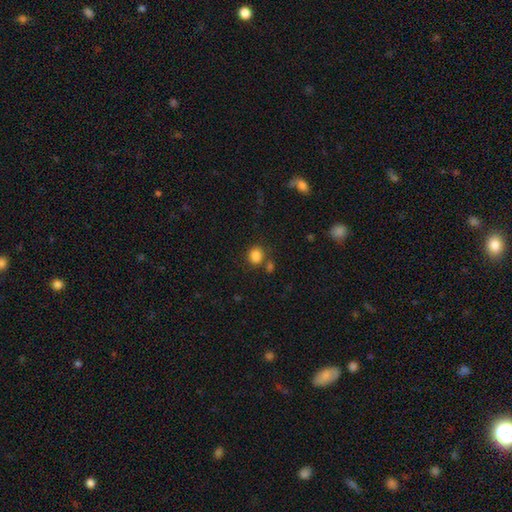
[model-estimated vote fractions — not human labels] smooth_or_featured: smooth (p=0.85) [alt: star or artifact p=0.11]
how_rounded: round (p=0.67) [alt: in between p=0.32]
merging: none (p=0.69) [alt: minor disturbance p=0.13]